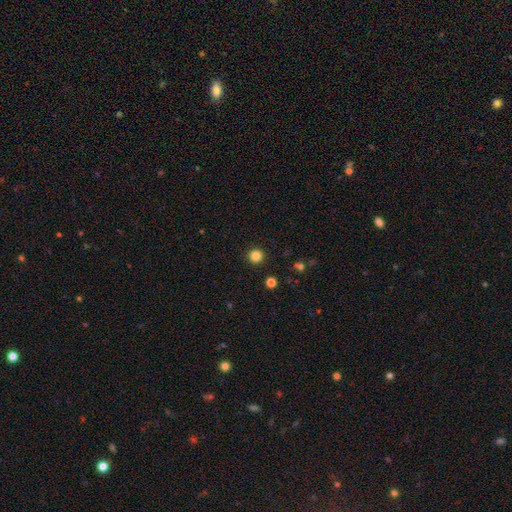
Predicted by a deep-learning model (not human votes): smooth-or-featured: smooth: 84% | star or artifact: 12% | featured or disk: 3%
  how-rounded: round: 96% | in between: 3% | cigar-shaped: 1%
  merging: none: 93% | minor disturbance: 4% | major disturbance: 2% | merger: 1%